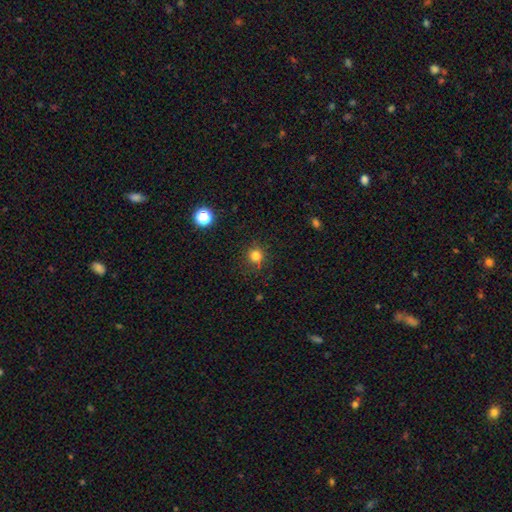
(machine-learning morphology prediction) A smooth galaxy with no disk features (80%) that is round (92%).

Vote fractions:
- Smooth or featured? smooth: 80% / star or artifact: 15% / featured or disk: 5%
- How rounded? round: 92% / in between: 7% / cigar-shaped: 1%
- Merging? none: 83% / minor disturbance: 12% / major disturbance: 4% / merger: 2%